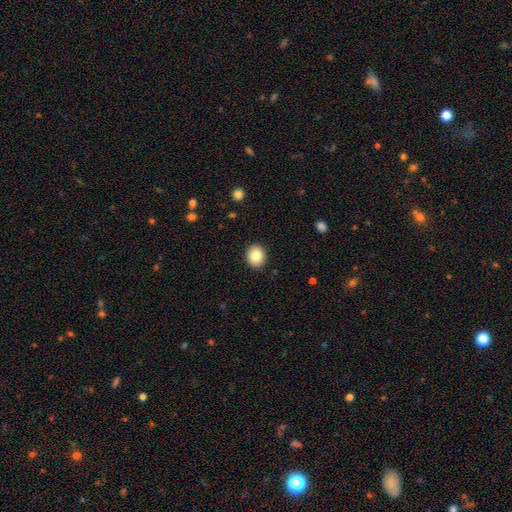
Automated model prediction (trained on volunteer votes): Smooth or featured? Predicted: smooth (p=0.84). How rounded? Predicted: round (p=0.71). Merging? Predicted: none (p=0.91).